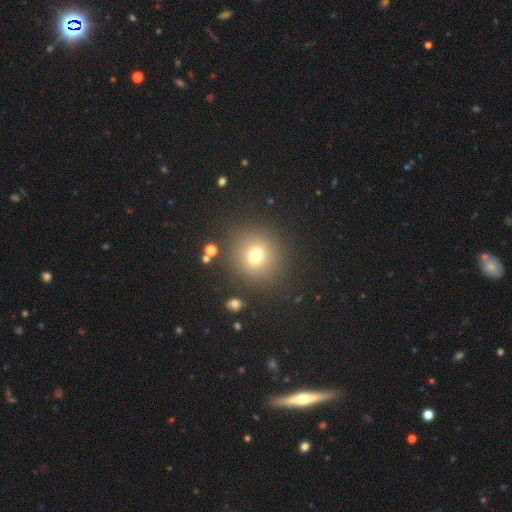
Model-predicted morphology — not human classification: type=smooth (71%); roundness=round (89%); merging=none (86%).